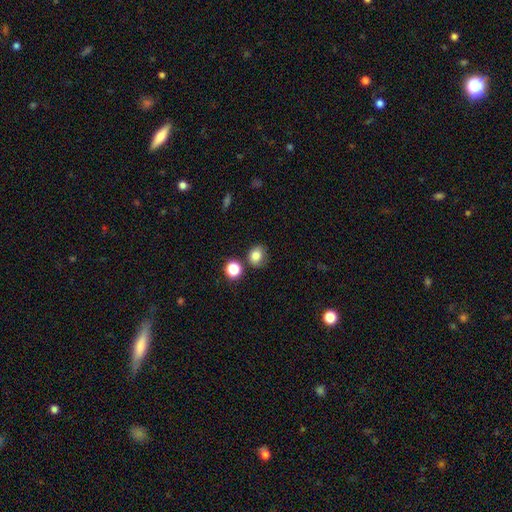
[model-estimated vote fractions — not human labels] A smooth galaxy with no disk features (81%) that is round (66%).

Vote fractions:
- Smooth or featured? smooth: 81% / star or artifact: 12% / featured or disk: 7%
- How rounded? round: 66% / in between: 33% / cigar-shaped: 1%
- Merging? none: 68% / minor disturbance: 18% / merger: 9% / major disturbance: 5%